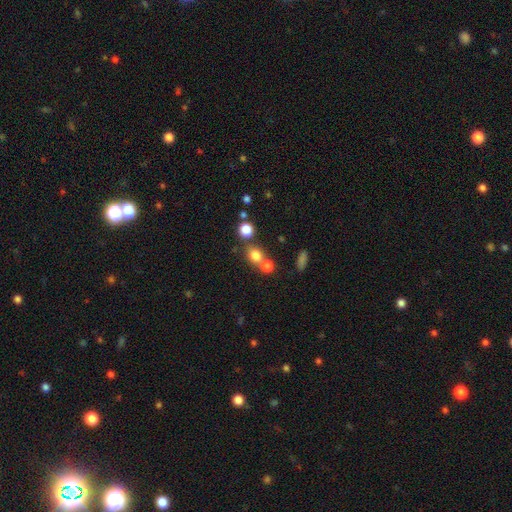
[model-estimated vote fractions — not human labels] Smooth or featured: smooth — 76% (star or artifact — 15%)
How rounded: round — 76% (in between — 22%)
Merging: none — 52% (merger — 36%)